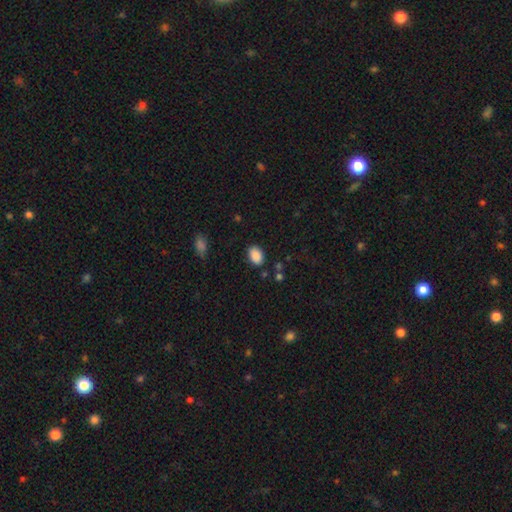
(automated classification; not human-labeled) Smooth or featured? smooth (88%)
How rounded? in between (85%)
Merging? none (84%)